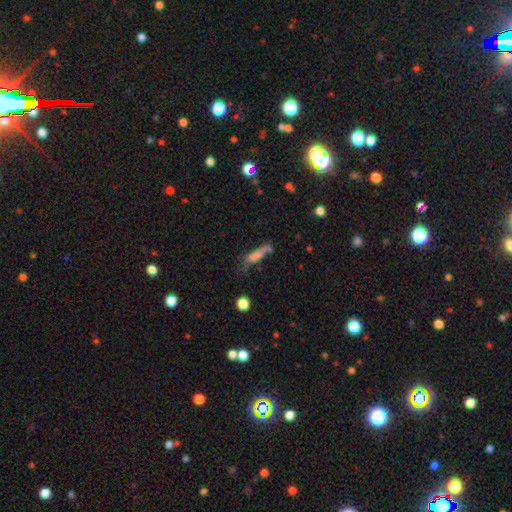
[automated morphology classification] The model was most divided on "merging": none: 39%, minor disturbance: 29%, major disturbance: 22%, merger: 11%. More confident: how rounded — cigar-shaped (74%); smooth or featured — smooth (62%).